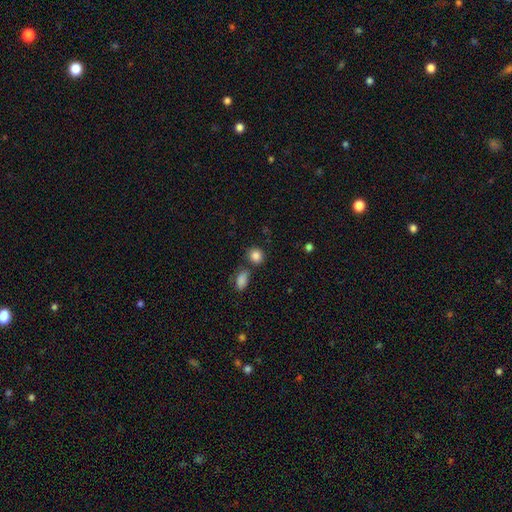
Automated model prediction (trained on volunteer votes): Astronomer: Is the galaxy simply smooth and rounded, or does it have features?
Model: smooth — 86%.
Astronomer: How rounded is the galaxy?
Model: round — 77%.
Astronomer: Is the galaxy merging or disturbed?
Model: none — 72%.